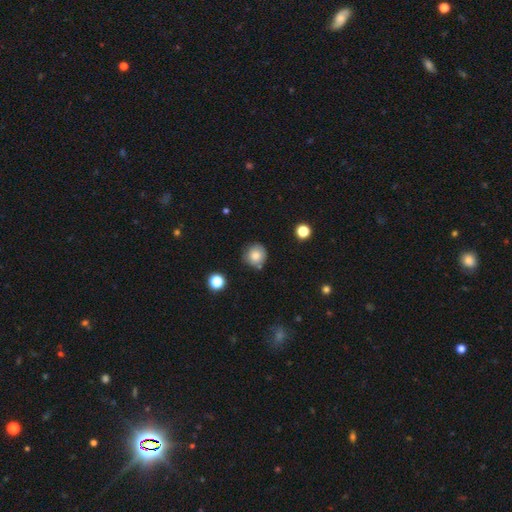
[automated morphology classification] Smooth or featured? smooth (80%)
How rounded? round (90%)
Merging? none (78%)